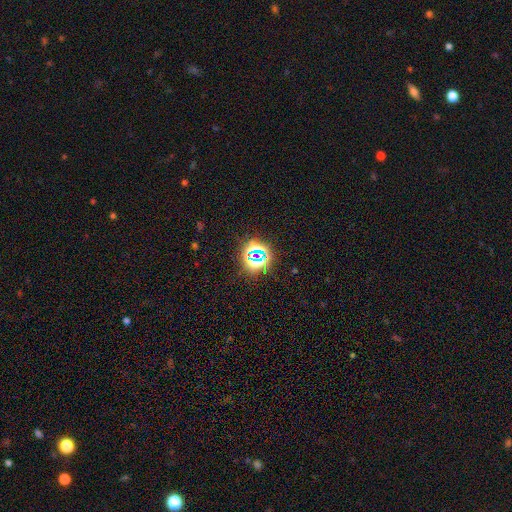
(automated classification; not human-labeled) star or artifact 72%, smooth 19%, featured or disk 10%.